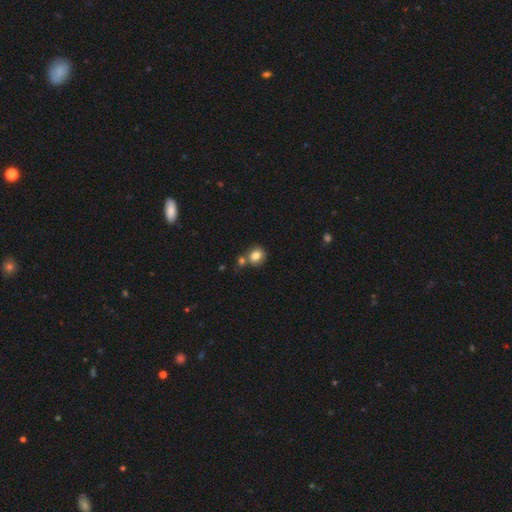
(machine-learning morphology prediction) Smooth or featured? smooth (83%)
How rounded? round (72%)
Merging? none (60%)